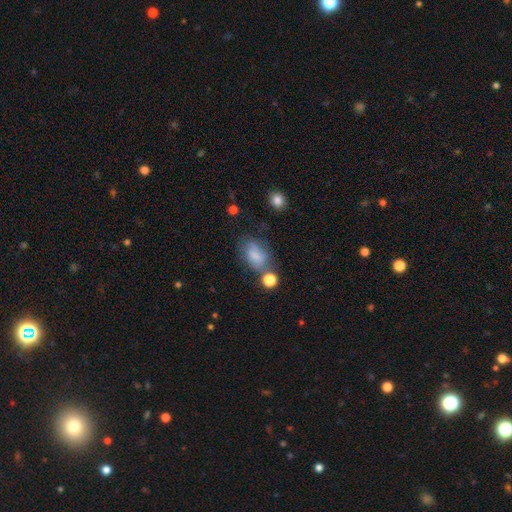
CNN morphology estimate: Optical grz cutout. It shows a smooth galaxy with no disk features (73%) that is in between round and cigar-shaped (83%). Merging: none (46%).